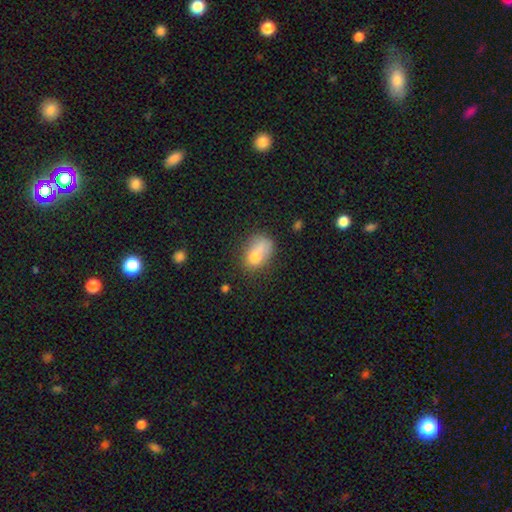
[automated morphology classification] A smooth galaxy with no disk features (70%) that is in between round and cigar-shaped (75%).

Vote fractions:
- Smooth or featured? smooth: 70% / featured or disk: 20% / star or artifact: 10%
- How rounded? in between: 75% / round: 23% / cigar-shaped: 2%
- Merging? none: 32% / merger: 30% / minor disturbance: 23% / major disturbance: 15%